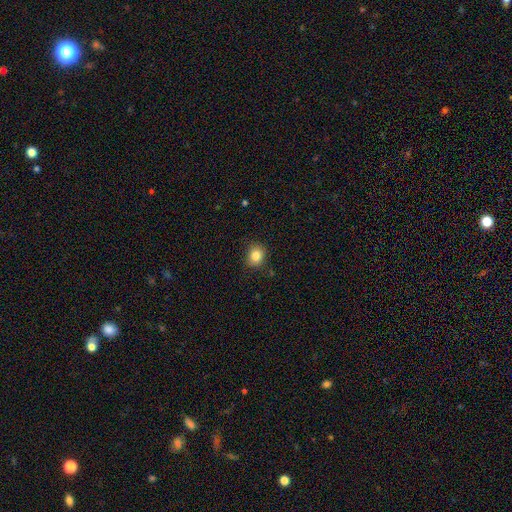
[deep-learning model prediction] A smooth galaxy with no disk features (83%) that is round (72%).

Vote fractions:
- Smooth or featured? smooth: 83% / star or artifact: 11% / featured or disk: 6%
- How rounded? round: 72% / in between: 27% / cigar-shaped: 1%
- Merging? none: 85% / minor disturbance: 11% / major disturbance: 3% / merger: 1%